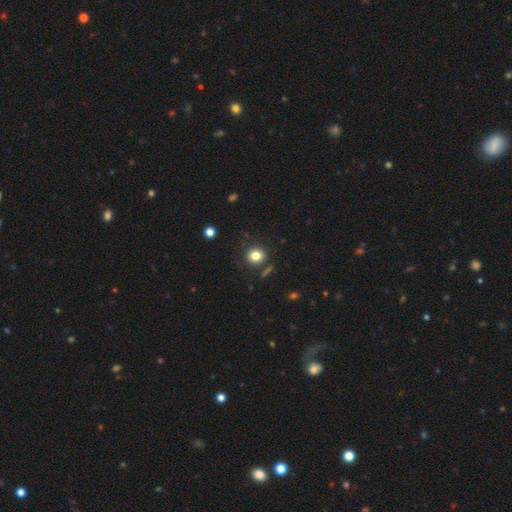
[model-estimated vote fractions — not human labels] smooth_or_featured: smooth (p=0.81) [alt: star or artifact p=0.12]
how_rounded: round (p=0.81) [alt: in between p=0.18]
merging: none (p=0.83) [alt: minor disturbance p=0.09]